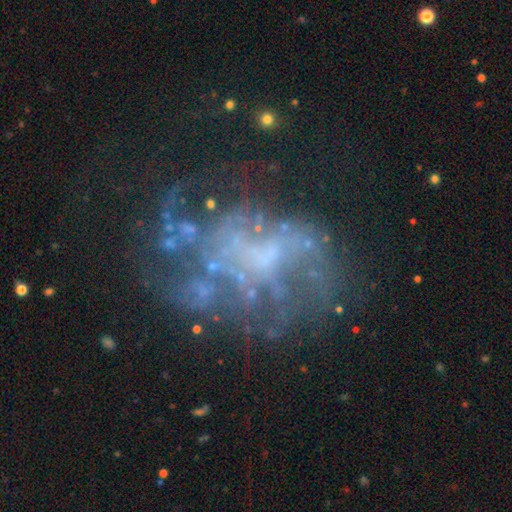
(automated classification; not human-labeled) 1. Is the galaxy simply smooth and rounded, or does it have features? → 69% featured or disk, 17% star or artifact, 14% smooth.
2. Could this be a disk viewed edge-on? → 98% no, 2% yes.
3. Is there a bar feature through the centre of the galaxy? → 75% no, 20% weak, 5% strong.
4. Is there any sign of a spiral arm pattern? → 56% no, 44% yes.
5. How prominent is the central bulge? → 59% none, 22% small, 15% moderate, 3% large, 1% dominant.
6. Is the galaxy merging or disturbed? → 44% none, 33% major disturbance, 17% minor disturbance, 6% merger.